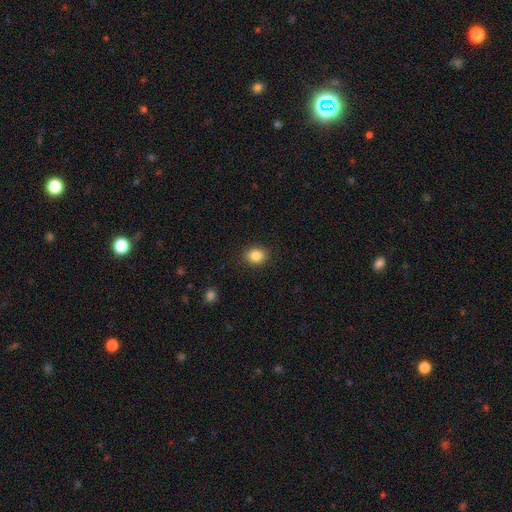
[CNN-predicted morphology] Smooth or featured? smooth (85%)
How rounded? round (65%)
Merging? none (90%)